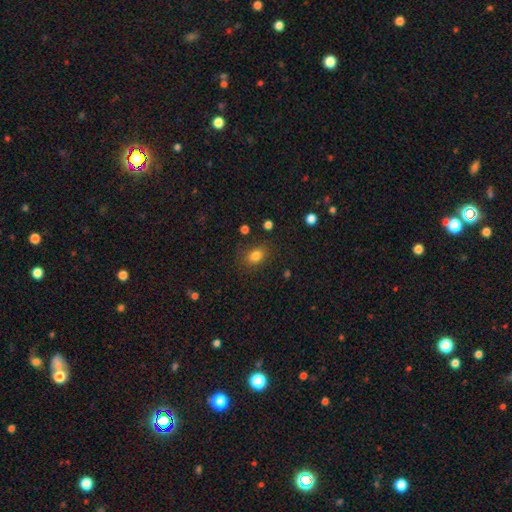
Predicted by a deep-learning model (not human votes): Overall: smooth (82%). How rounded: in between (62%; round 36%). Merging: none (78%).